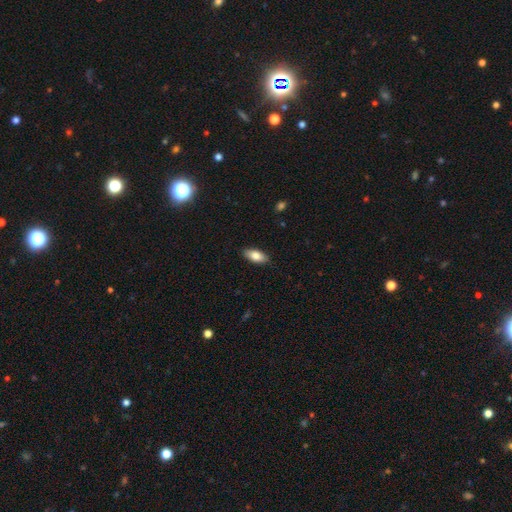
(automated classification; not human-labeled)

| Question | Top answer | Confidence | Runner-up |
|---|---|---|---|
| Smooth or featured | smooth | 83% | featured or disk (11%) |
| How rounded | in between | 86% | cigar-shaped (11%) |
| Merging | none | 88% | minor disturbance (9%) |